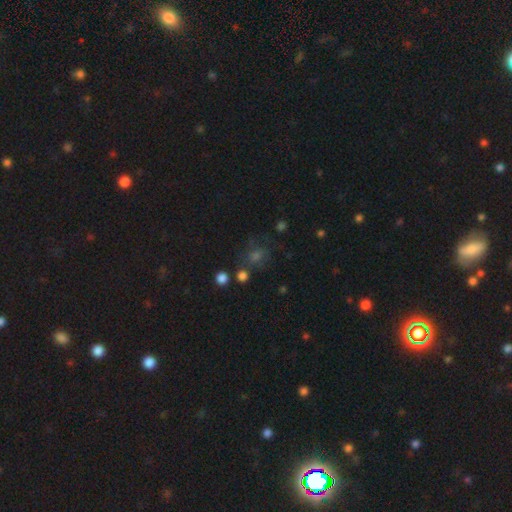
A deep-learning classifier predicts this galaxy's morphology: Smooth or featured? Predicted: smooth (p=0.48). Merging? Predicted: none (p=0.64).